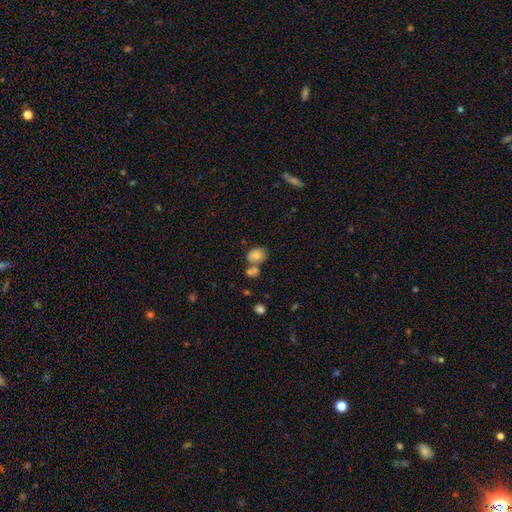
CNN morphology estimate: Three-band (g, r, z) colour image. It shows a smooth galaxy with no disk features (76%) that is in between round and cigar-shaped (56%). Merging: none (42%).